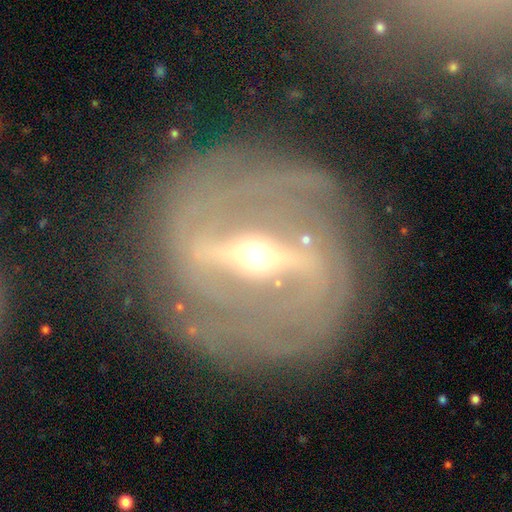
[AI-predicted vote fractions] Smooth or featured: featured or disk — 87% (smooth — 7%)
Edge-on disk: no — 80% (yes — 20%)
Bar: strong — 79% (weak — 14%)
Spiral arms: yes — 72% (no — 28%)
Spiral winding: tight — 56% (medium — 29%)
Spiral arm count: 2 — 53% (can't tell — 26%)
Bulge size: moderate — 54% (small — 38%)
Merging: none — 73% (minor disturbance — 14%)